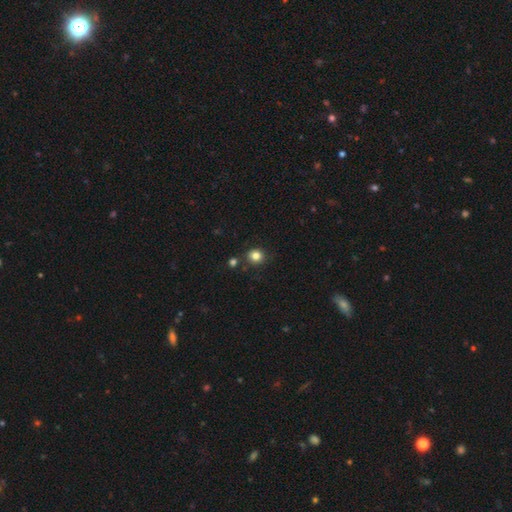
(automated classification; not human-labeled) A smooth galaxy with no disk features (82%) that is round (82%).

Vote fractions:
- Smooth or featured? smooth: 82% / star or artifact: 12% / featured or disk: 6%
- How rounded? round: 82% / in between: 17% / cigar-shaped: 1%
- Merging? none: 82% / minor disturbance: 10% / merger: 6% / major disturbance: 3%